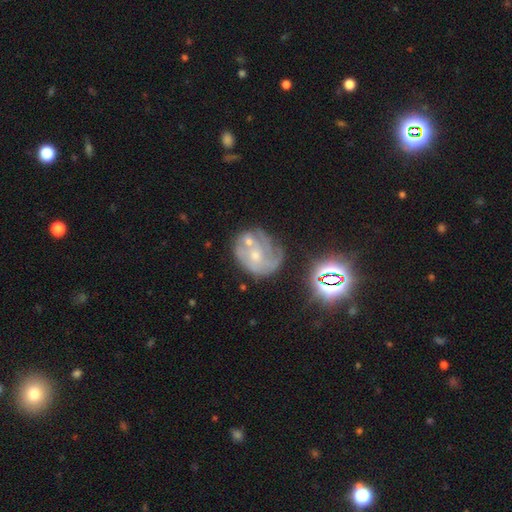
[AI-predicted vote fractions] Q: Smooth or featured?
A: featured or disk (68%); runner-up: smooth (19%)
Q: Edge-on disk?
A: no (98%); runner-up: yes (2%)
Q: Bar?
A: no (75%); runner-up: weak (22%)
Q: Spiral arms?
A: yes (73%); runner-up: no (27%)
Q: Bulge size?
A: small (53%); runner-up: moderate (38%)
Q: Merging?
A: none (43%); runner-up: minor disturbance (22%)